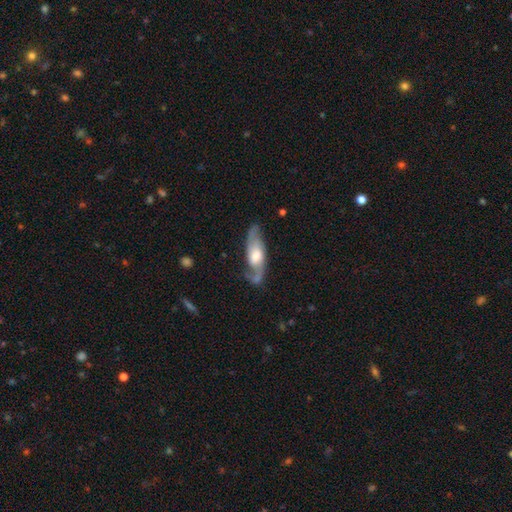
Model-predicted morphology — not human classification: type=featured or disk (78%); edge-on=no (86%); bar=no (50%); spiral arms=yes (94%); winding=medium (43%); arm count=2 (86%); bulge=moderate (55%); merging=none (70%).